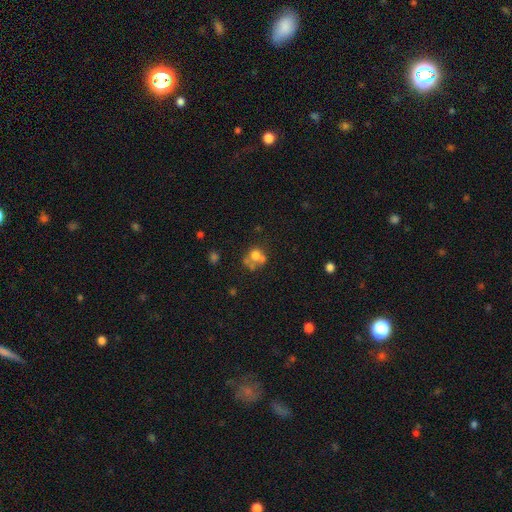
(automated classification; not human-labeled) Smooth or featured? Predicted: smooth (p=0.62). How rounded? Predicted: round (p=0.71). Merging? Predicted: merger (p=0.41).